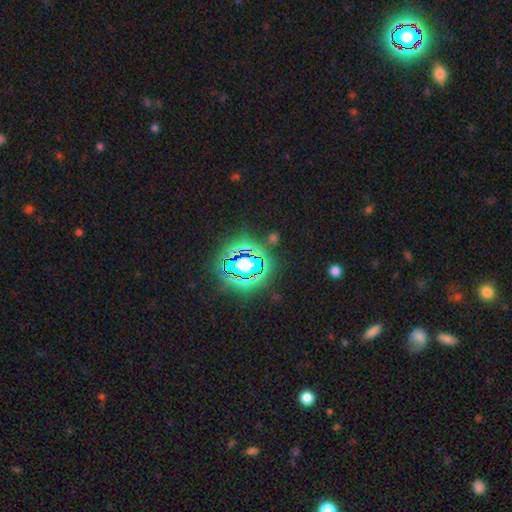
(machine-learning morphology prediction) Smooth or featured?
  - star or artifact: 79% *
  - smooth: 13%
  - featured or disk: 8%